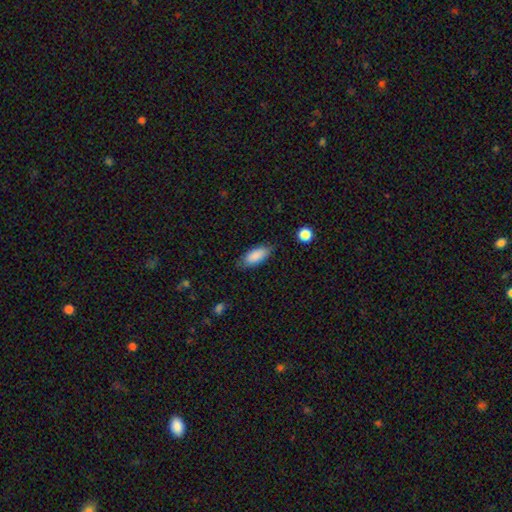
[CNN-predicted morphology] A smooth galaxy with no disk features (87%) that is in between round and cigar-shaped (86%). Merging: none (77%).